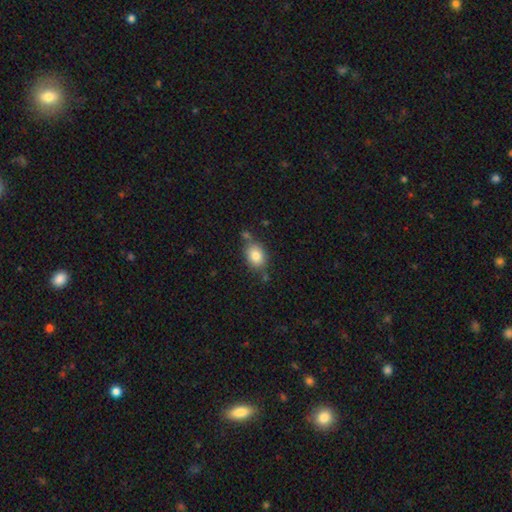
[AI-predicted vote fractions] Smooth or featured: smooth — 82% (featured or disk — 9%)
How rounded: in between — 68% (round — 30%)
Merging: none — 68% (minor disturbance — 18%)